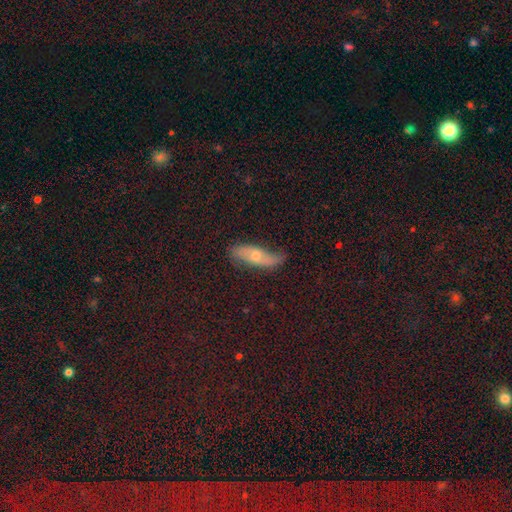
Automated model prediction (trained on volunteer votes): This is possibly a featured or disk galaxy (50%). It is likely not viewed edge-on (70%). Merging: likely none (68%).